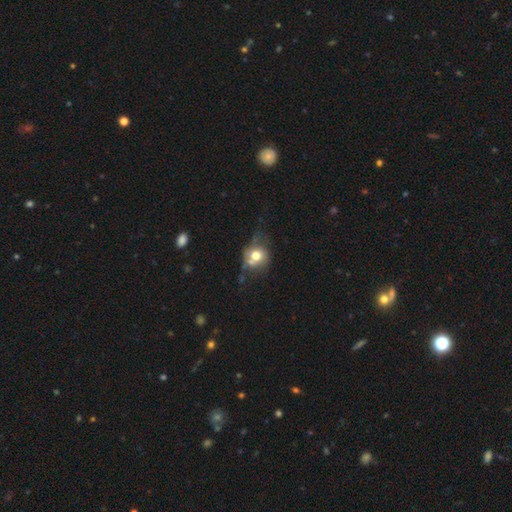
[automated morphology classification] A smooth galaxy with no disk features (66%) that is round (68%). Merging: none (41%).